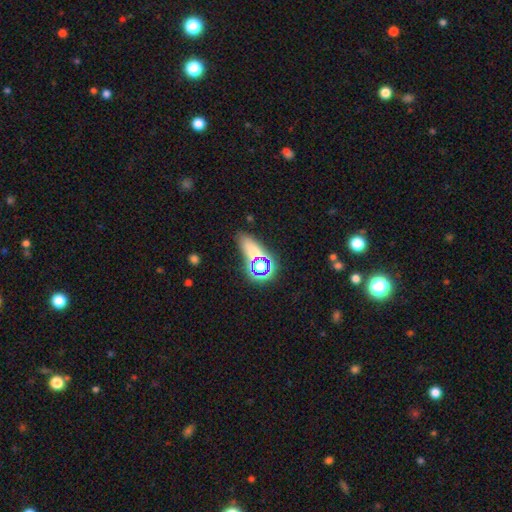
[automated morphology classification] Smooth or featured?
  - smooth: 57% *
  - star or artifact: 32%
  - featured or disk: 12%
How rounded?
  - in between: 69% *
  - round: 17%
  - cigar-shaped: 14%
Merging?
  - none: 69% *
  - minor disturbance: 15%
  - merger: 9%
  - major disturbance: 6%